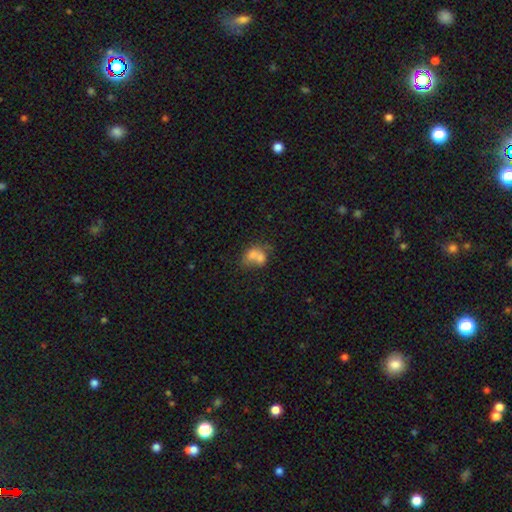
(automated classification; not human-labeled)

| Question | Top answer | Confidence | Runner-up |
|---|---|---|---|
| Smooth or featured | smooth | 67% | featured or disk (22%) |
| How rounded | in between | 56% | round (43%) |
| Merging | merger | 62% | none (21%) |